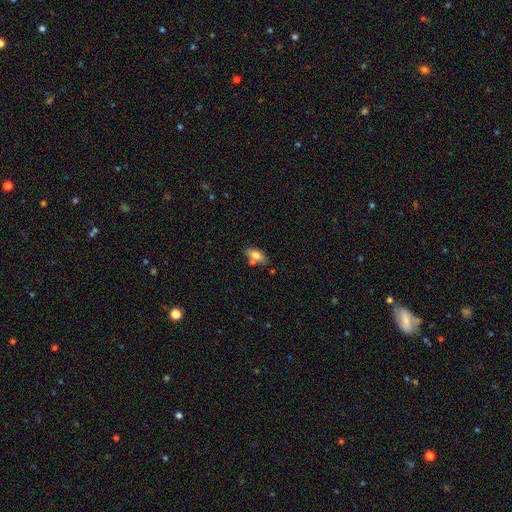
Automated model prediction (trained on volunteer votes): A smooth galaxy with no disk features (74%) that is in between round and cigar-shaped (83%). Merging: none (61%).